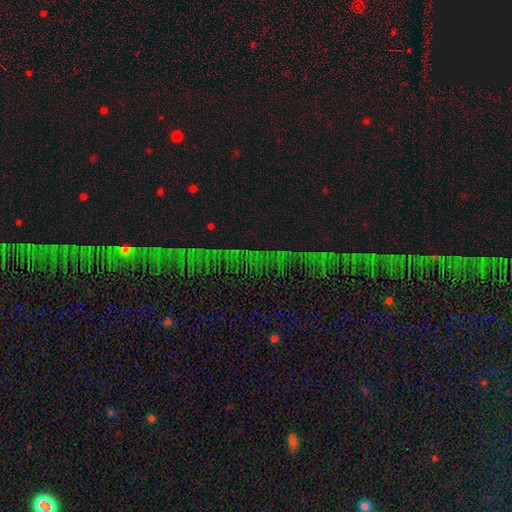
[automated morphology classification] smooth-or-featured: star or artifact: 75% | featured or disk: 13% | smooth: 12%